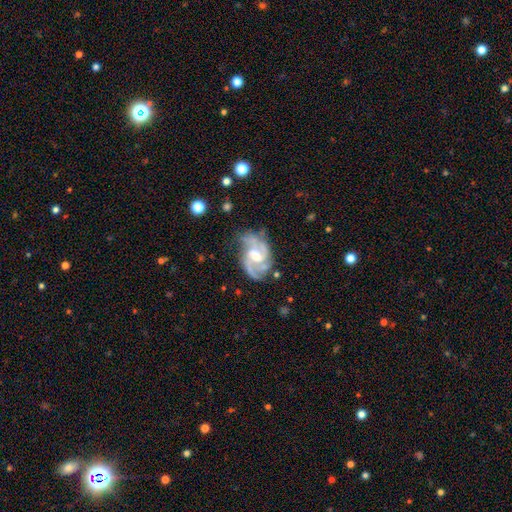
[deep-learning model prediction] Overall: featured or disk (89%). Edge-on disk: no (98%). Bar: weak (50%; no 36%). Spiral arms: yes (97%). Spiral arm count: 2 (44%; 3 31%). Spiral winding: medium (53%; tight 33%). Bulge size: moderate (61%; small 27%). Merging: none (63%).